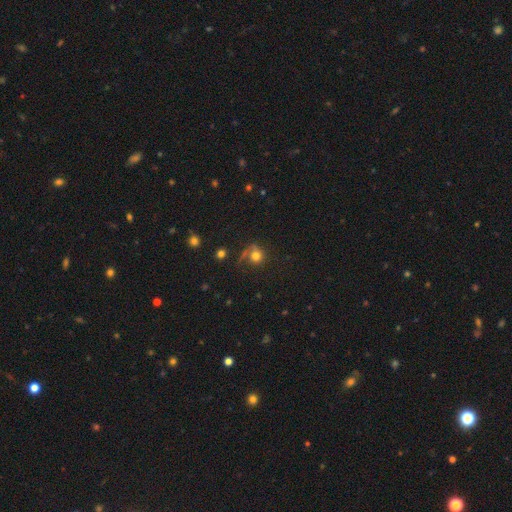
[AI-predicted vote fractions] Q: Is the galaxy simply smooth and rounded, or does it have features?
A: smooth — 69%.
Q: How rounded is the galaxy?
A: round — 82%.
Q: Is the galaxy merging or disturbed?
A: none — 46%.